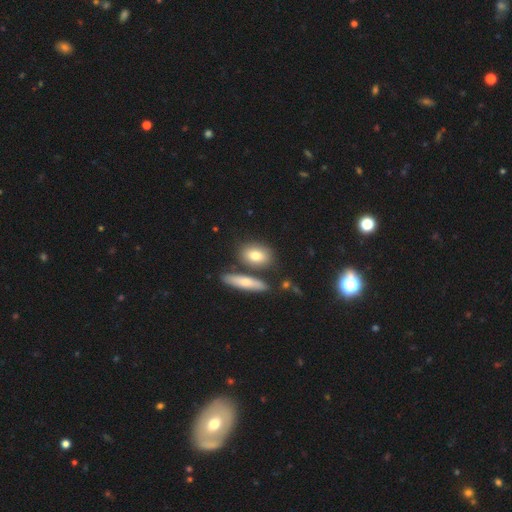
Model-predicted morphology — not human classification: This is likely a smooth galaxy (75%). How rounded: likely in between (70%). Merging: likely none (70%).